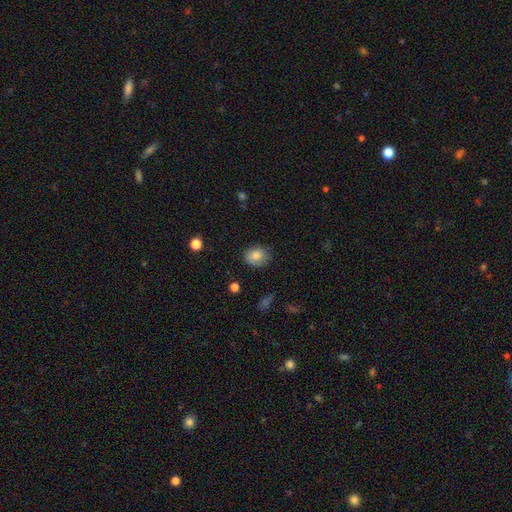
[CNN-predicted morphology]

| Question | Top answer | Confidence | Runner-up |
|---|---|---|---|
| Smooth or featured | smooth | 83% | star or artifact (9%) |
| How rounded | round | 52% | in between (48%) |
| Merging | none | 73% | minor disturbance (21%) |